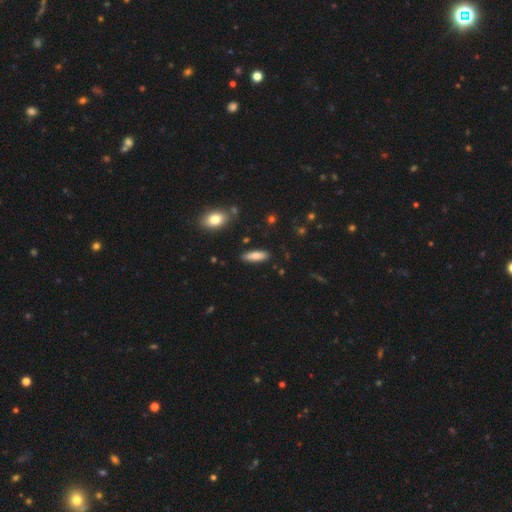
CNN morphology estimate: Smooth or featured? Predicted: smooth (p=0.81). How rounded? Predicted: in between (p=0.55). Merging? Predicted: none (p=0.85).